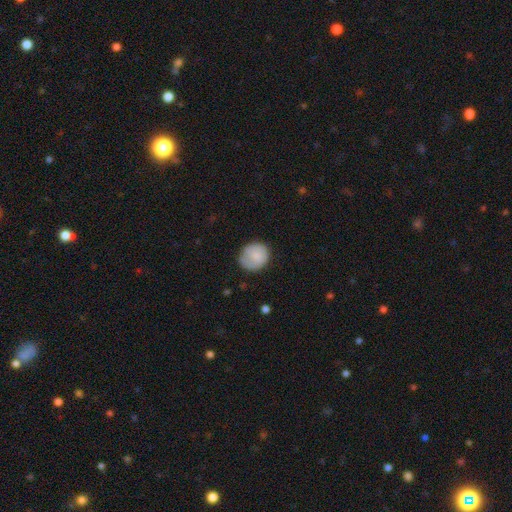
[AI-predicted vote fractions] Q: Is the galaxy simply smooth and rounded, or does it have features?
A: smooth — 77%.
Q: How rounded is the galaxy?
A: round — 80%.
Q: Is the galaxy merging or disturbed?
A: none — 72%.